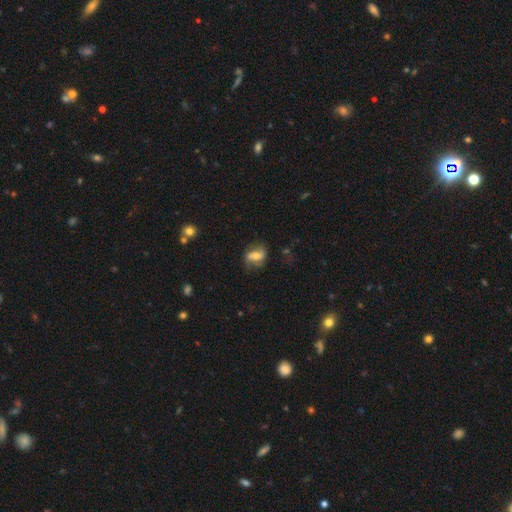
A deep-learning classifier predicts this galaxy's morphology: Smooth or featured? Predicted: featured or disk (p=0.55). Edge-on disk? Predicted: no (p=0.92). Bar? Predicted: strong (p=0.40). Spiral arms? Predicted: yes (p=0.75). Bulge size? Predicted: moderate (p=0.54). Merging? Predicted: none (p=0.65).